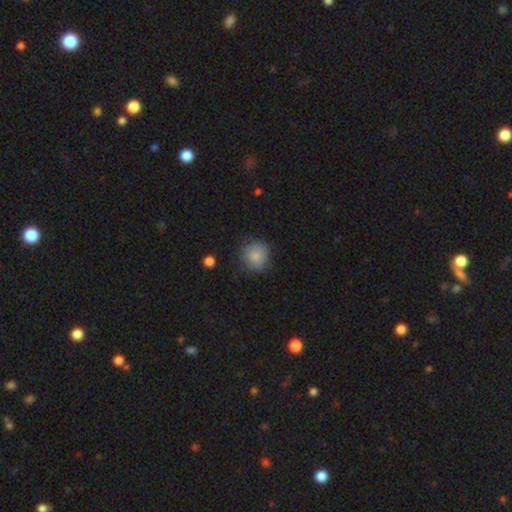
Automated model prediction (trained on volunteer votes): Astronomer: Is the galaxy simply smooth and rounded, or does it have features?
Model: smooth — 84%.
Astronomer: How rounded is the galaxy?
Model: round — 89%.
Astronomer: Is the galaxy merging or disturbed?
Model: none — 76%.